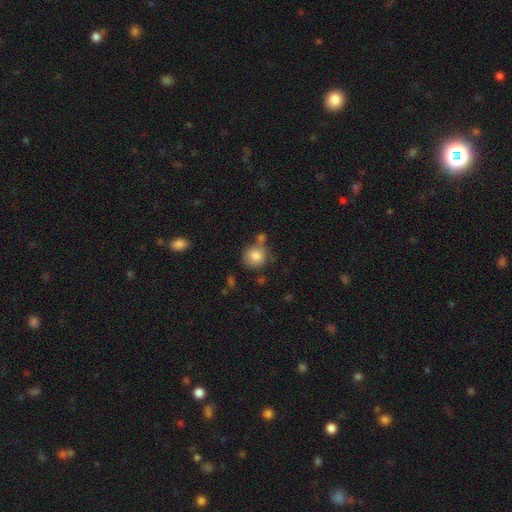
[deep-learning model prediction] Smooth or featured? Predicted: smooth (p=0.84). How rounded? Predicted: round (p=0.86). Merging? Predicted: none (p=0.65).